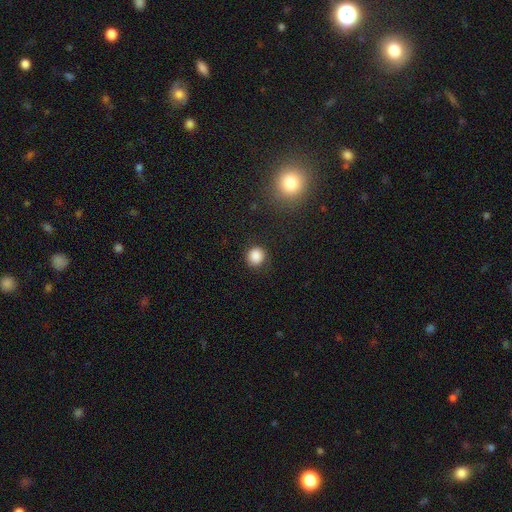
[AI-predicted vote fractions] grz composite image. It shows a smooth galaxy with no disk features (86%) that is round (89%). Merging: none (88%).